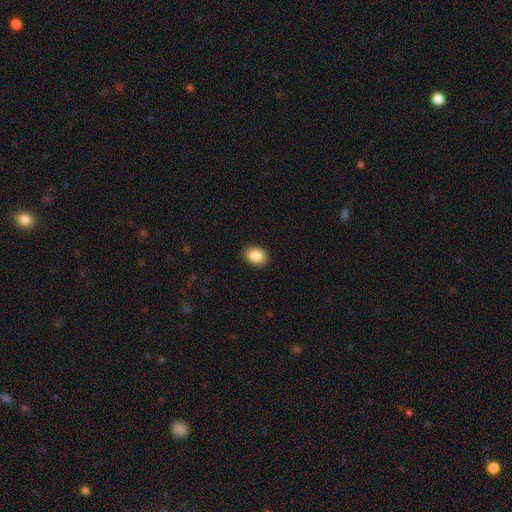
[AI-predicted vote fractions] Q: Smooth or featured?
A: smooth (87%); runner-up: star or artifact (8%)
Q: How rounded?
A: in between (61%); runner-up: round (38%)
Q: Merging?
A: none (90%); runner-up: minor disturbance (7%)